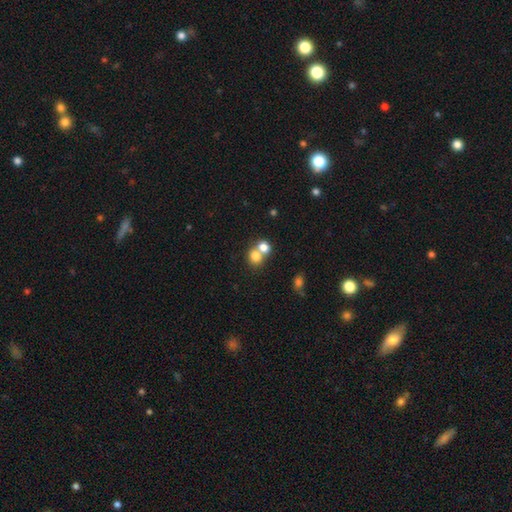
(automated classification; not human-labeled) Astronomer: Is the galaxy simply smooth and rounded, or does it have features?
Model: smooth — 77%.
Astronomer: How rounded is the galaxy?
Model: round — 73%.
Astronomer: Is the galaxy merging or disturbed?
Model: merger — 54% (runner-up: none, 37%).